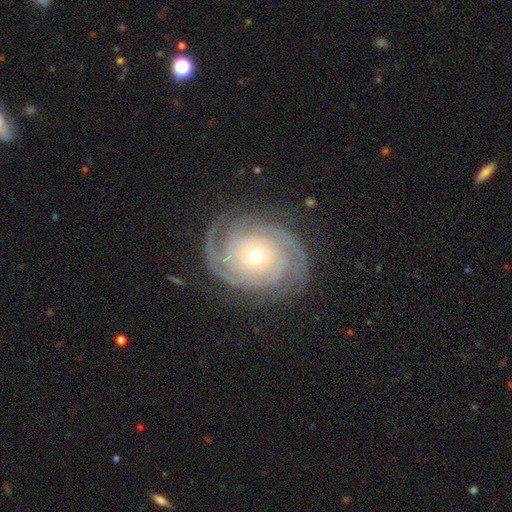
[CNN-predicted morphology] Q: Smooth or featured?
A: featured or disk (89%); runner-up: smooth (6%)
Q: Edge-on disk?
A: no (97%); runner-up: yes (3%)
Q: Bar?
A: no (80%); runner-up: weak (14%)
Q: Spiral arms?
A: yes (98%); runner-up: no (2%)
Q: Spiral winding?
A: tight (80%); runner-up: medium (17%)
Q: Spiral arm count?
A: 2 (26%); runner-up: 3 (25%)
Q: Bulge size?
A: moderate (60%); runner-up: small (34%)
Q: Merging?
A: none (81%); runner-up: minor disturbance (13%)